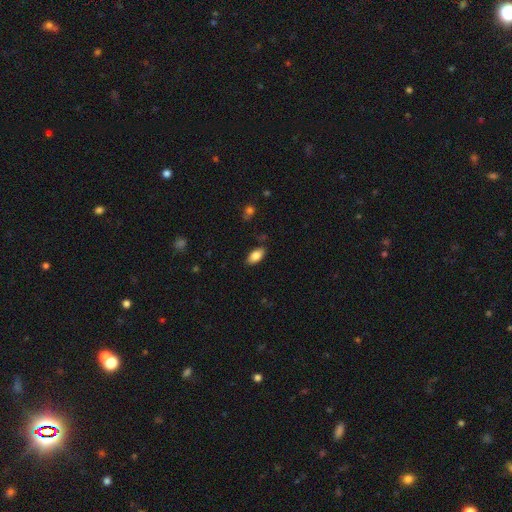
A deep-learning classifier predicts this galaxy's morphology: Smooth or featured?
  - smooth: 84% *
  - featured or disk: 9%
  - star or artifact: 8%
How rounded?
  - in between: 92% *
  - cigar-shaped: 4%
  - round: 4%
Merging?
  - none: 84% *
  - minor disturbance: 12%
  - major disturbance: 3%
  - merger: 2%